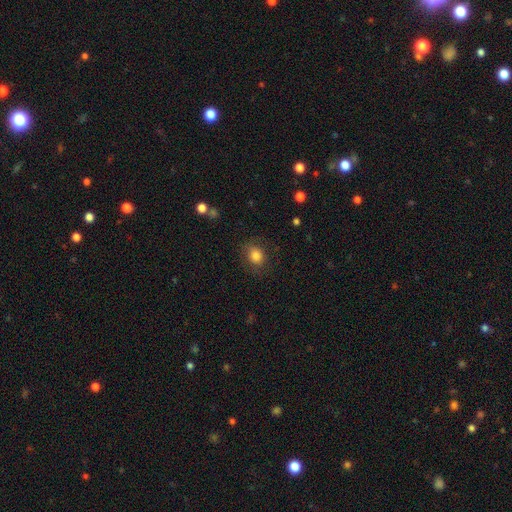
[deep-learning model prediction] Smooth or featured? Predicted: smooth (p=0.82). How rounded? Predicted: round (p=0.67). Merging? Predicted: none (p=0.81).